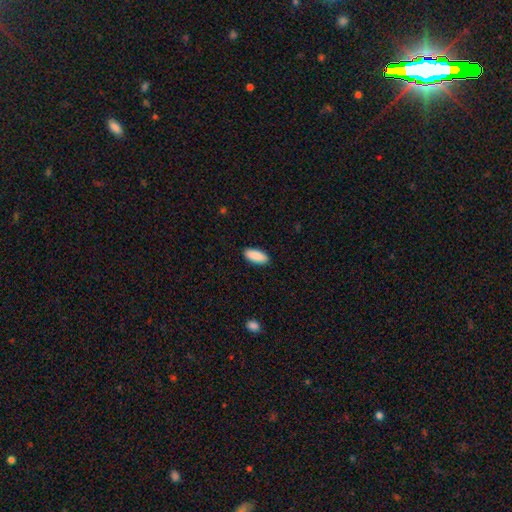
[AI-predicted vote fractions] Overall: smooth (91%). How rounded: in between (84%). Merging: none (90%).